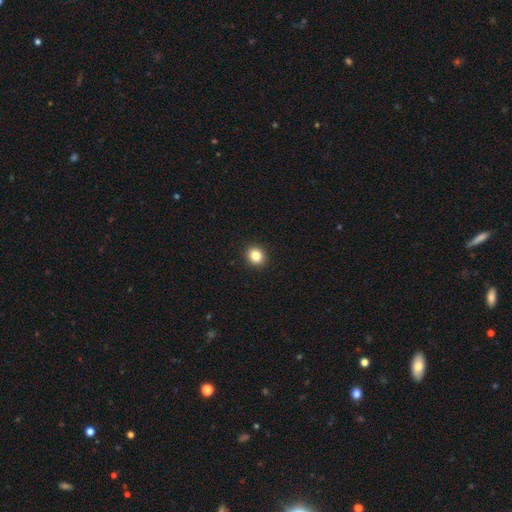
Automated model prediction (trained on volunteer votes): Overall: smooth (85%). How rounded: round (73%). Merging: none (92%).